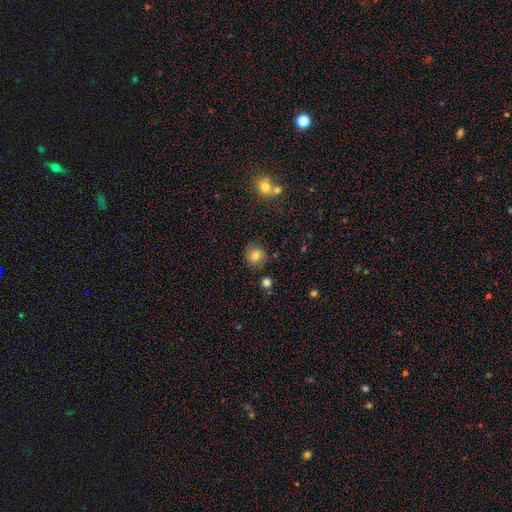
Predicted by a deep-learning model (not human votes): A smooth galaxy with no disk features (75%) that is round (88%). Merging: none (82%).